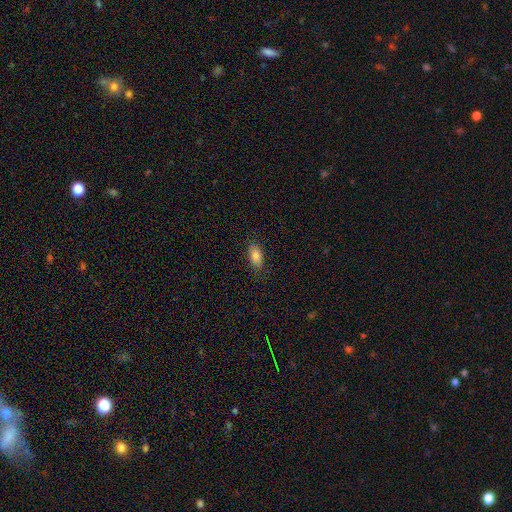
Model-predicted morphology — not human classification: Smooth or featured? smooth (84%)
How rounded? in between (90%)
Merging? none (84%)